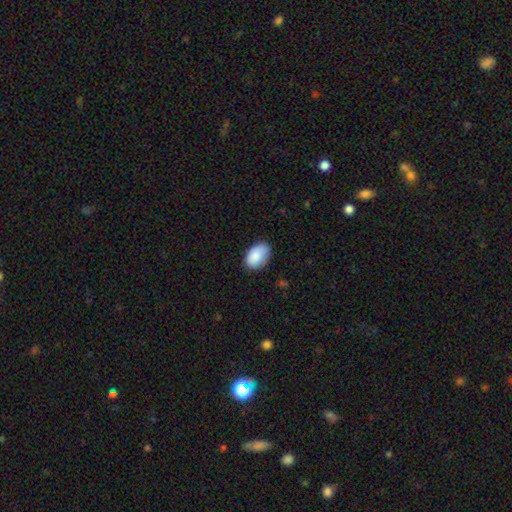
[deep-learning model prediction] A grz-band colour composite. It shows a smooth galaxy with no disk features (86%) that is in between round and cigar-shaped (90%). Merging: none (73%).